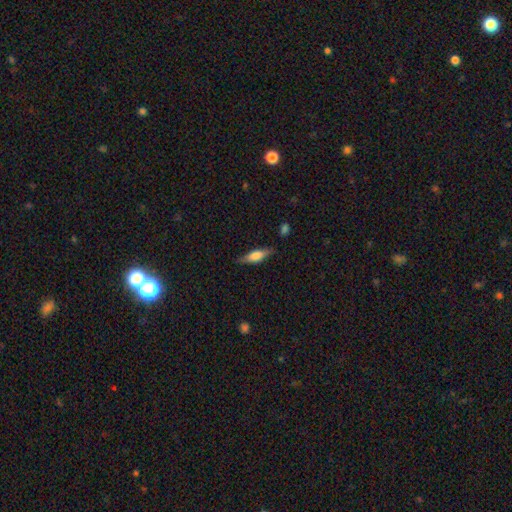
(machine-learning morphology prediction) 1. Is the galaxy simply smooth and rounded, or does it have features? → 55% smooth, 38% featured or disk, 7% star or artifact.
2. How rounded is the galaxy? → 56% cigar-shaped, 41% in between, 3% round.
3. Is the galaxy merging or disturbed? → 83% none, 13% minor disturbance, 3% major disturbance, 2% merger.